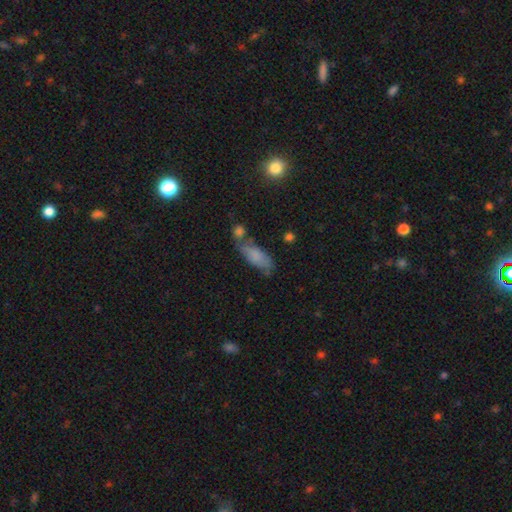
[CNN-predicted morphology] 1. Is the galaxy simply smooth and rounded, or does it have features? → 74% smooth, 18% featured or disk, 9% star or artifact.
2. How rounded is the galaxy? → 73% in between, 24% cigar-shaped, 3% round.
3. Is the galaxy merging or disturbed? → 49% none, 24% minor disturbance, 19% merger, 9% major disturbance.